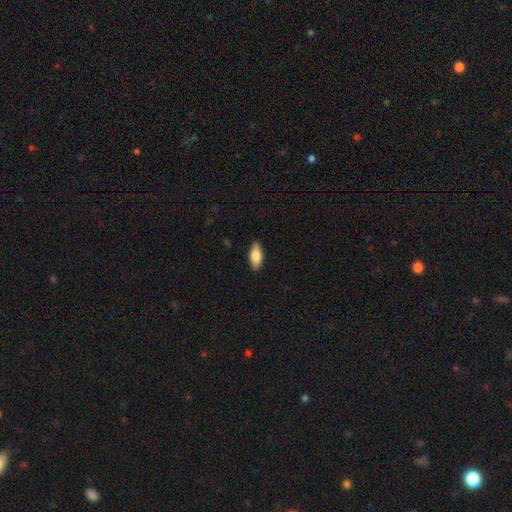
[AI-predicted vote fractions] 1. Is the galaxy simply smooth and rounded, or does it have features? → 78% smooth, 16% featured or disk, 6% star or artifact.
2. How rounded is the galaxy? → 82% in between, 15% cigar-shaped, 3% round.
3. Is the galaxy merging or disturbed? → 88% none, 9% minor disturbance, 2% major disturbance, 1% merger.